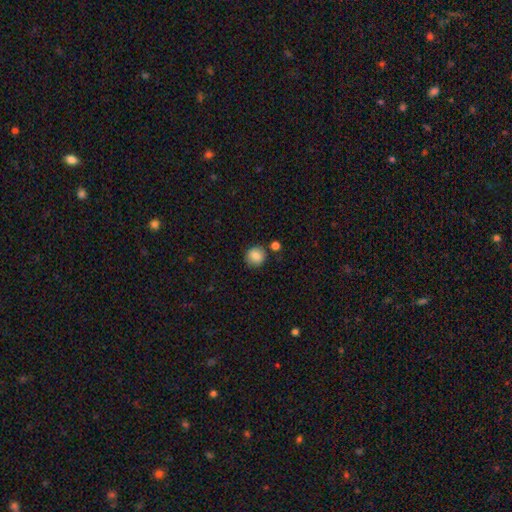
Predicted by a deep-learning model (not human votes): This appears to be a smooth galaxy with no disk features (85%) that is round (90%). Merging: none (81%).